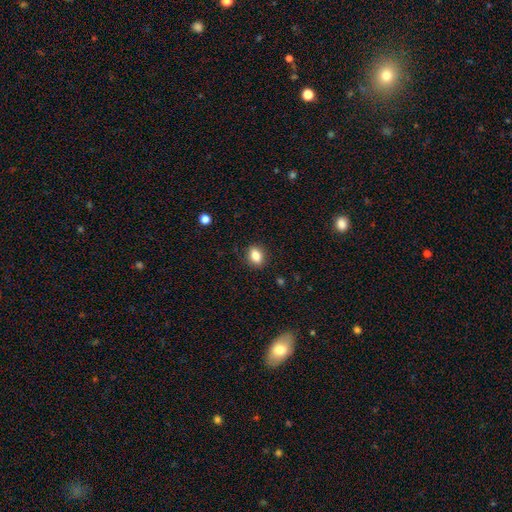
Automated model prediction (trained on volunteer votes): Overall: smooth (84%). How rounded: in between (68%; round 30%). Merging: none (88%).